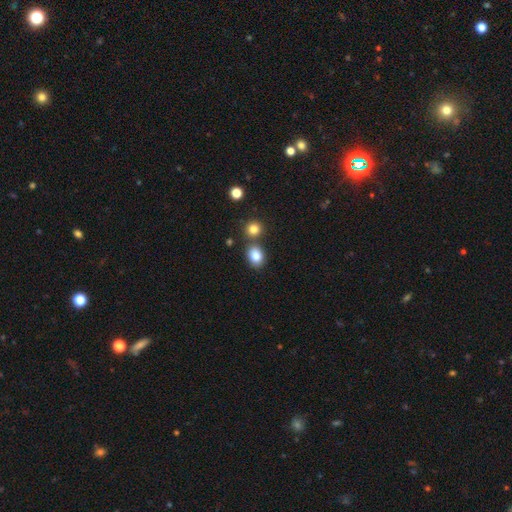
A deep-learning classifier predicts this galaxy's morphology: Smooth or featured?
  - smooth: 84% *
  - star or artifact: 10%
  - featured or disk: 7%
How rounded?
  - in between: 53% *
  - round: 45%
  - cigar-shaped: 1%
Merging?
  - none: 70% *
  - merger: 17%
  - minor disturbance: 10%
  - major disturbance: 3%